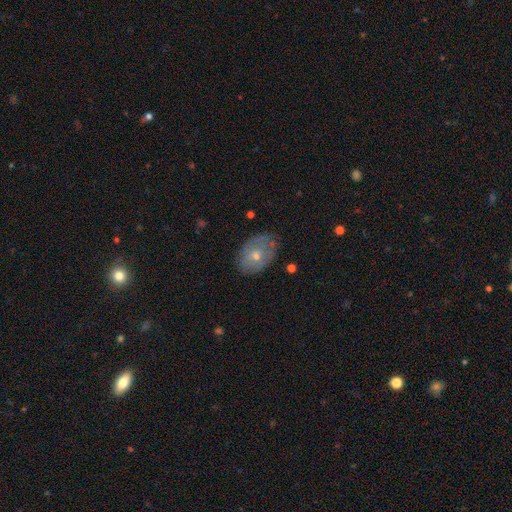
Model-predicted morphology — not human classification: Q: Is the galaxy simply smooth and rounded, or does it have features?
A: smooth — 54%.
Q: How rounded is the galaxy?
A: in between — 79%.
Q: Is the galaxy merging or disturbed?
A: none — 75%.